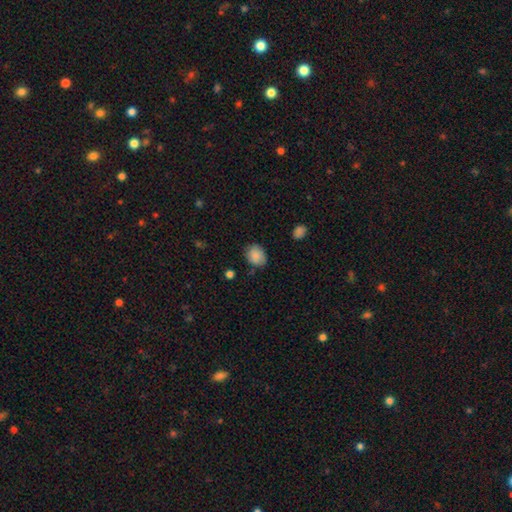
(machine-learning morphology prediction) Smooth or featured?
  - smooth: 86% *
  - star or artifact: 8%
  - featured or disk: 6%
How rounded?
  - in between: 50% * (tied)
  - round: 50% * (tied)
  - cigar-shaped: 1%
Merging?
  - none: 73% *
  - minor disturbance: 21%
  - major disturbance: 4%
  - merger: 2%